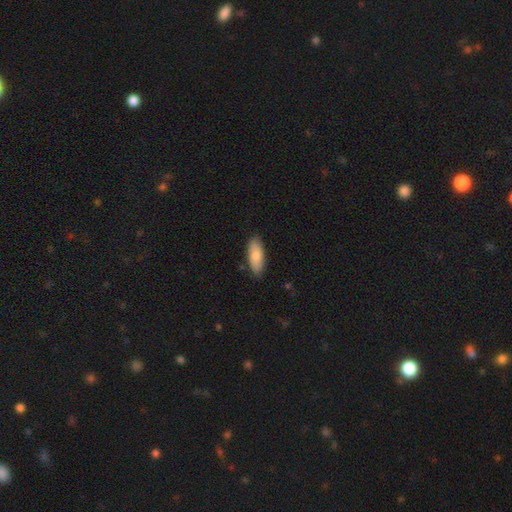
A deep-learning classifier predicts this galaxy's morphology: Smooth or featured? smooth (83%)
How rounded? in between (73%)
Merging? none (84%)